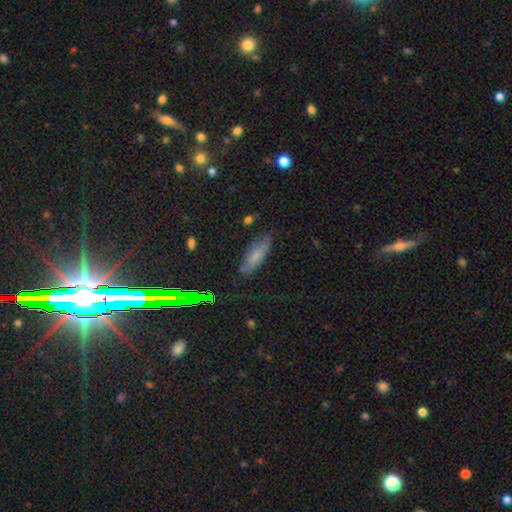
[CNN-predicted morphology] smooth 65%, featured or disk 20%, star or artifact 15%. Down the decision tree: how rounded — in between (56%); merging — none (73%).